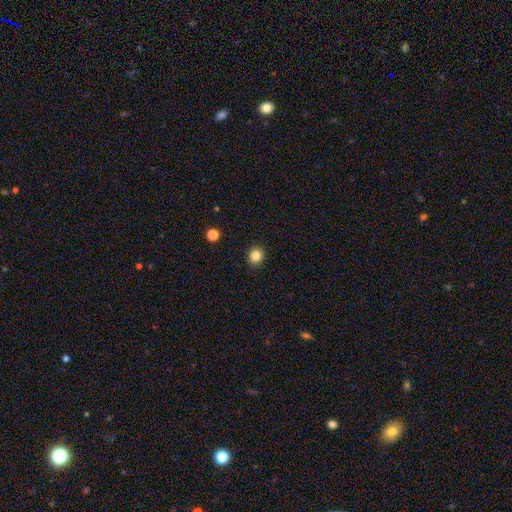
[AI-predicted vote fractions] smooth 84%, star or artifact 11%, featured or disk 5%. Down the decision tree: how rounded — round (84%); merging — none (90%).